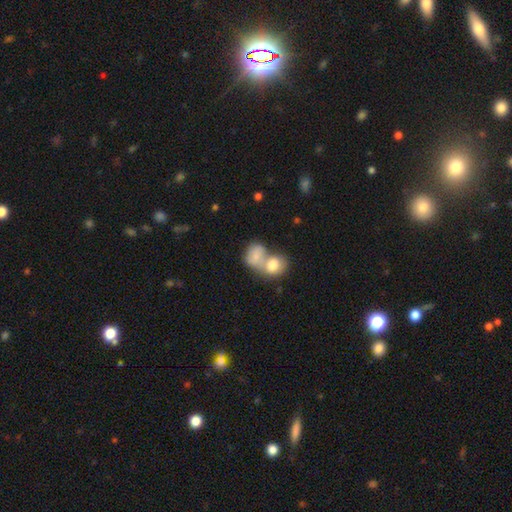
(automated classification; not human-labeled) smooth-or-featured: smooth: 76% | featured or disk: 16% | star or artifact: 8%
  how-rounded: in between: 59% | round: 39% | cigar-shaped: 1%
  merging: merger: 69% | none: 18% | minor disturbance: 7% | major disturbance: 5%